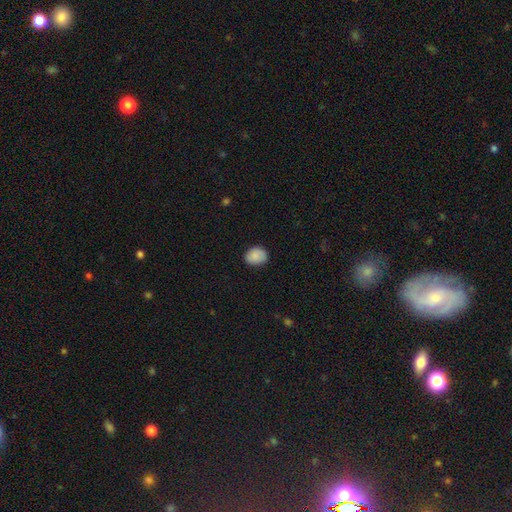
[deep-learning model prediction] This is clearly a smooth galaxy (88%). How rounded: possibly in between (51%). Merging: clearly none (82%).